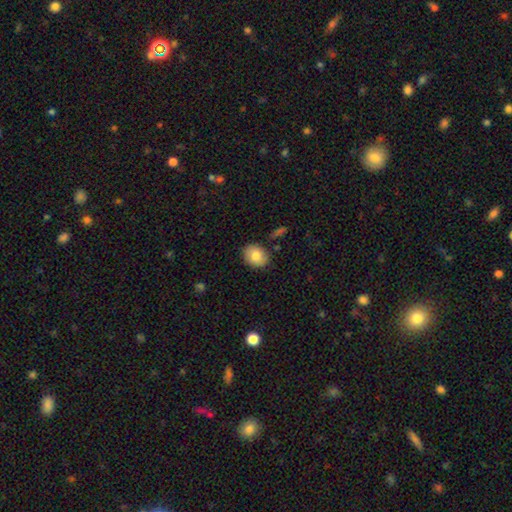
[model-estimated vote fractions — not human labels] This appears to be a smooth galaxy with no disk features (82%) that is round (56%). Merging: none (85%).